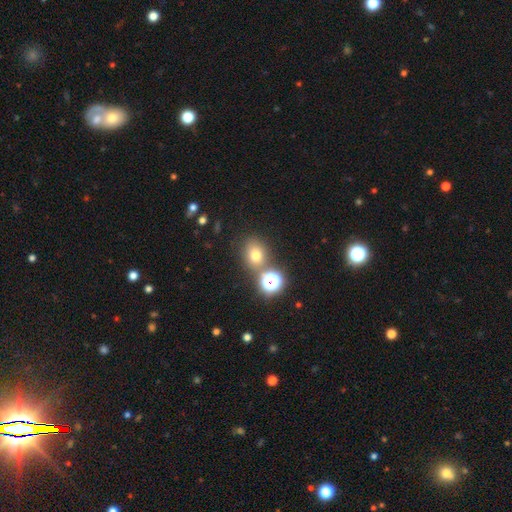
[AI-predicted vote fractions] Smooth or featured? smooth (68%)
How rounded? round (65%)
Merging? none (69%)